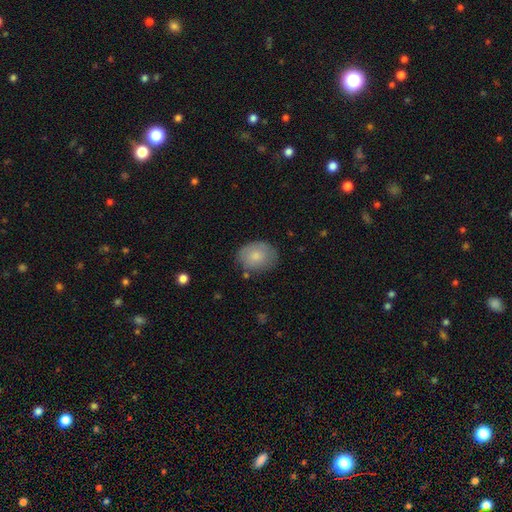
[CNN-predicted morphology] Smooth or featured?
  - smooth: 78% *
  - featured or disk: 15%
  - star or artifact: 7%
How rounded?
  - in between: 60% *
  - round: 39%
  - cigar-shaped: 1%
Merging?
  - none: 72% *
  - minor disturbance: 20%
  - major disturbance: 5%
  - merger: 3%